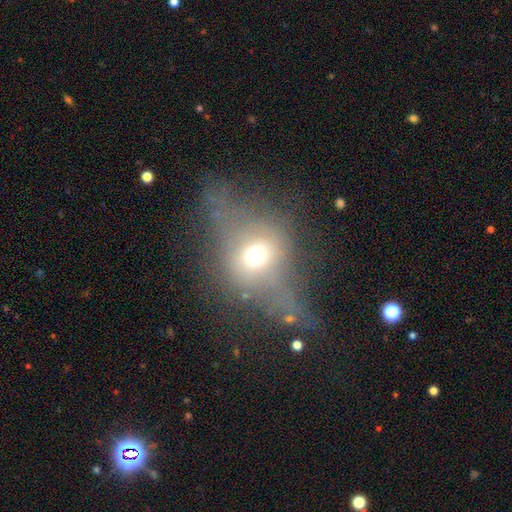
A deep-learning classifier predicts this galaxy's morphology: A featured or disk galaxy (42%). Merging: none (39%).